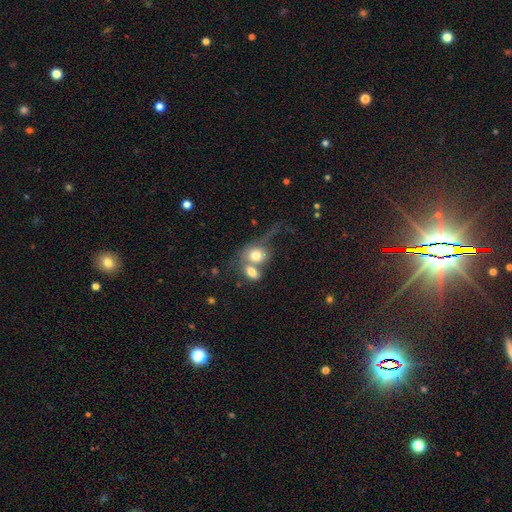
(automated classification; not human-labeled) Q: Smooth or featured?
A: smooth (70%); runner-up: featured or disk (22%)
Q: How rounded?
A: in between (54%); runner-up: round (43%)
Q: Merging?
A: merger (63%); runner-up: none (16%)